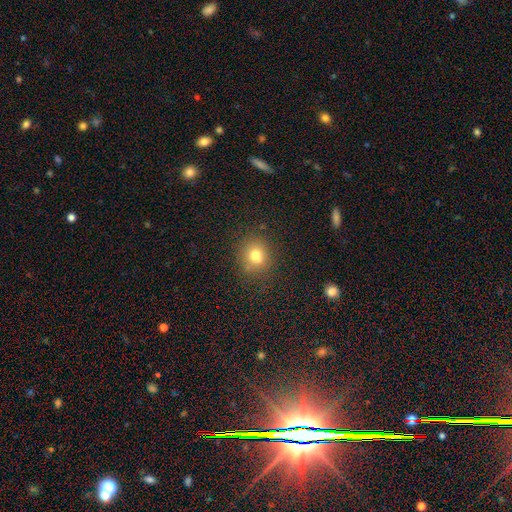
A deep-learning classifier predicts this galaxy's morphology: smooth-or-featured: smooth: 76% | star or artifact: 15% | featured or disk: 10%
  how-rounded: round: 75% | in between: 24% | cigar-shaped: 1%
  merging: none: 77% | minor disturbance: 13% | merger: 5% | major disturbance: 4%